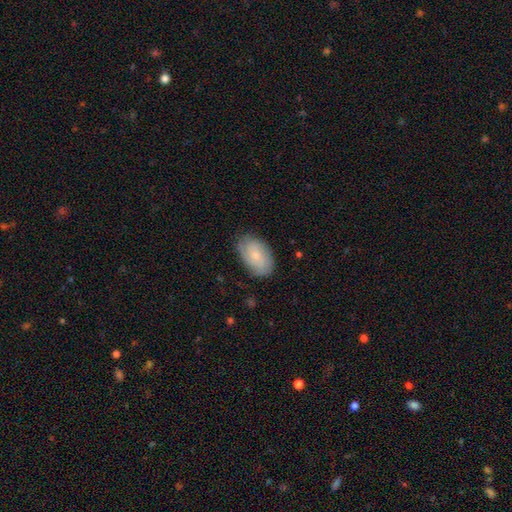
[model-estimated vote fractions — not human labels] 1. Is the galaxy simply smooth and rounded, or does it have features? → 55% smooth, 38% featured or disk, 7% star or artifact.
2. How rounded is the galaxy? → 91% in between, 8% round, 2% cigar-shaped.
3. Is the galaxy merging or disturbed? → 77% none, 18% minor disturbance, 4% major disturbance, 1% merger.